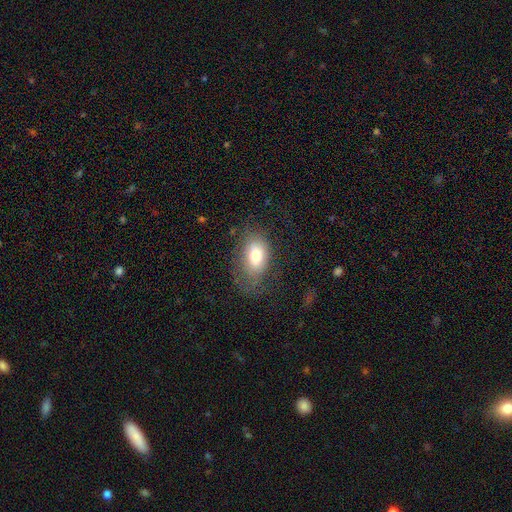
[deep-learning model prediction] A smooth galaxy with no disk features (74%) that is in between round and cigar-shaped (88%).

Vote fractions:
- Smooth or featured? smooth: 74% / featured or disk: 18% / star or artifact: 9%
- How rounded? in between: 88% / round: 10% / cigar-shaped: 2%
- Merging? none: 61% / minor disturbance: 22% / major disturbance: 15% / merger: 1%